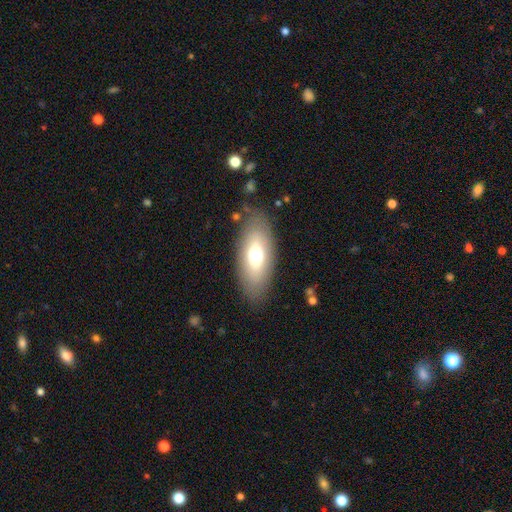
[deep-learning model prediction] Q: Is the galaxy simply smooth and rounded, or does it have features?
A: smooth — 63%.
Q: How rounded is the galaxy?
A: in between — 85%.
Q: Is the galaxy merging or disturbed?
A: none — 82%.